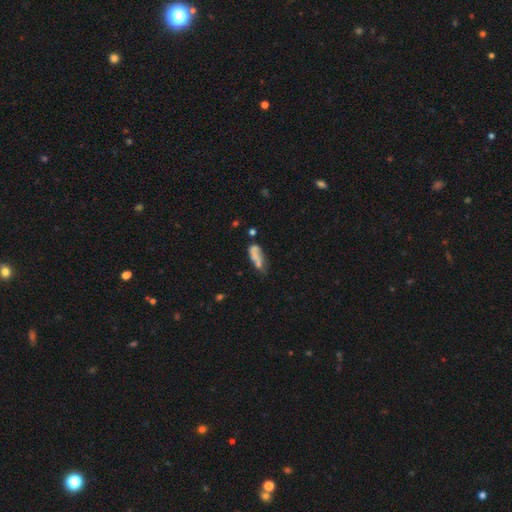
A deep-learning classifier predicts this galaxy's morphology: smooth 58%, featured or disk 31%, star or artifact 11%. Down the decision tree: how rounded — in between (66%); merging — none (31%).